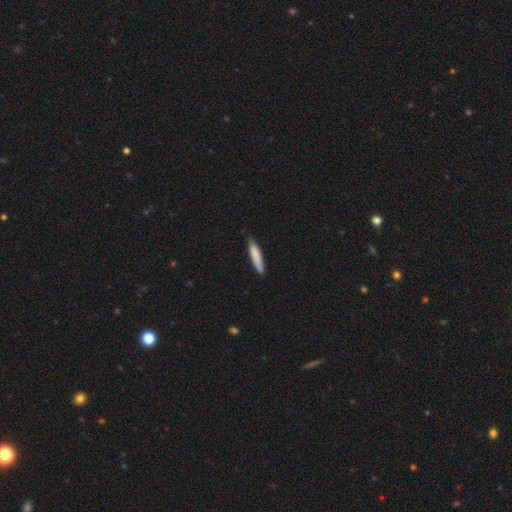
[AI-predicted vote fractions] The model was most divided on "merging": none: 74%, minor disturbance: 22%, major disturbance: 3%, merger: 2%. More confident: how rounded — cigar-shaped (87%); smooth or featured — smooth (81%).